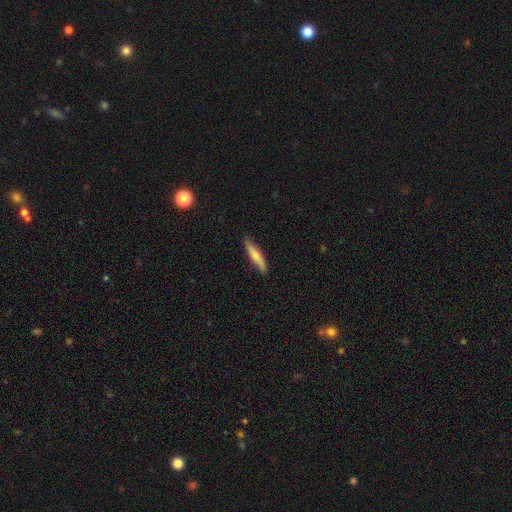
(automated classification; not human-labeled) This appears to be a smooth galaxy with no disk features (68%) that is cigar-shaped (85%). Merging: none (83%).